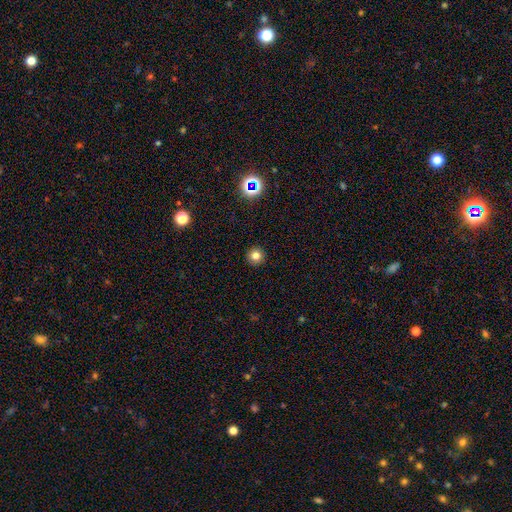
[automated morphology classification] type=smooth (79%); roundness=round (95%); merging=none (93%).